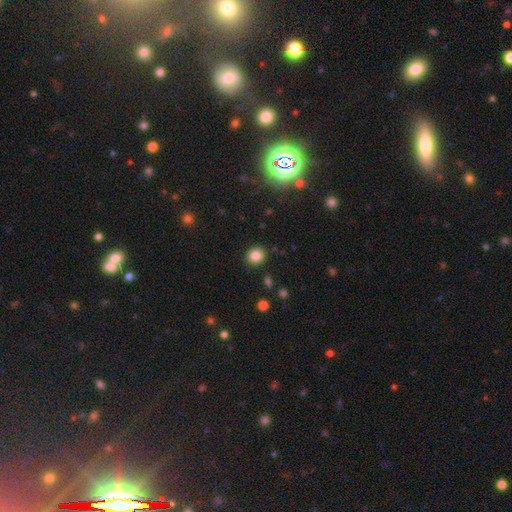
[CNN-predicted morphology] Smooth or featured? smooth (84%)
How rounded? round (85%)
Merging? none (89%)